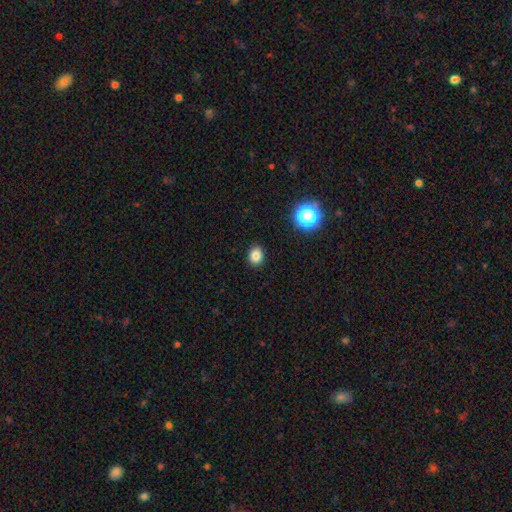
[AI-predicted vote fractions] A smooth galaxy with no disk features (83%) that is round (57%). Merging: none (91%).